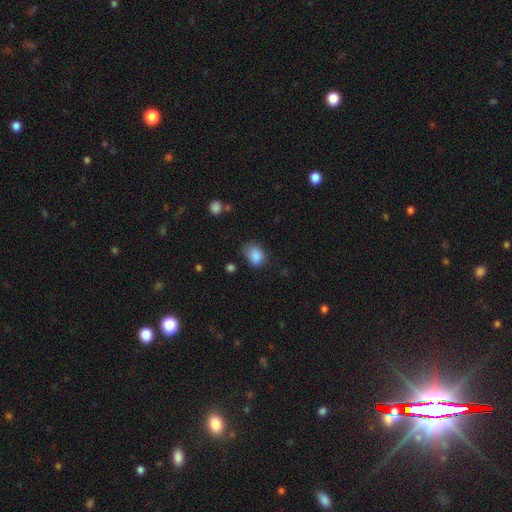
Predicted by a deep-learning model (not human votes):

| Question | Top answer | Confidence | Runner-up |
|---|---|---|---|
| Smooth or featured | smooth | 86% | star or artifact (10%) |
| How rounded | in between | 63% | round (36%) |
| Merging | none | 58% | minor disturbance (31%) |